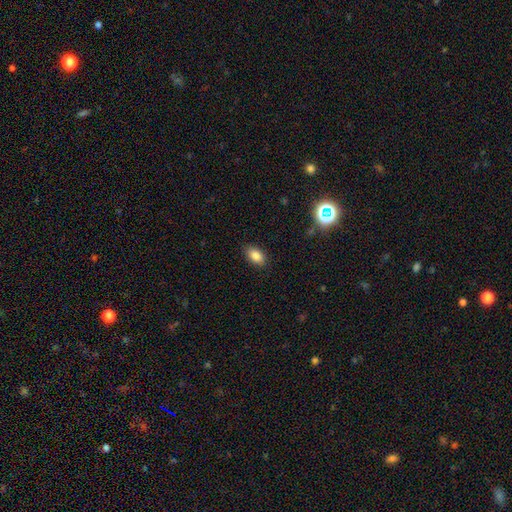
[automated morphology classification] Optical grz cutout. It shows a smooth galaxy with no disk features (84%) that is in between round and cigar-shaped (90%). Merging: none (88%).